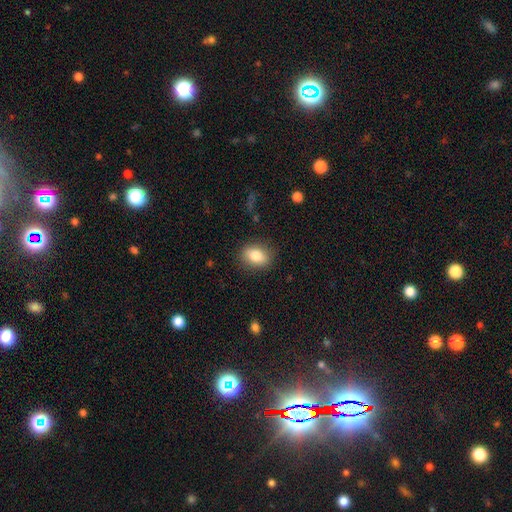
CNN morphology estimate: This is clearly a smooth galaxy (82%). How rounded: likely in between (72%). Merging: clearly none (84%).